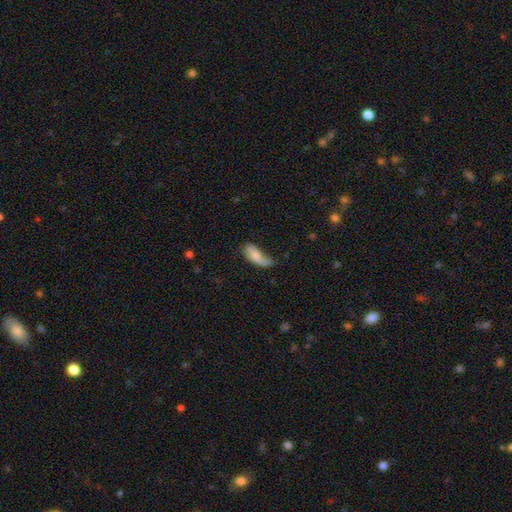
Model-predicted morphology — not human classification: Smooth or featured? Predicted: smooth (p=0.57). How rounded? Predicted: in between (p=0.80). Merging? Predicted: minor disturbance (p=0.39).